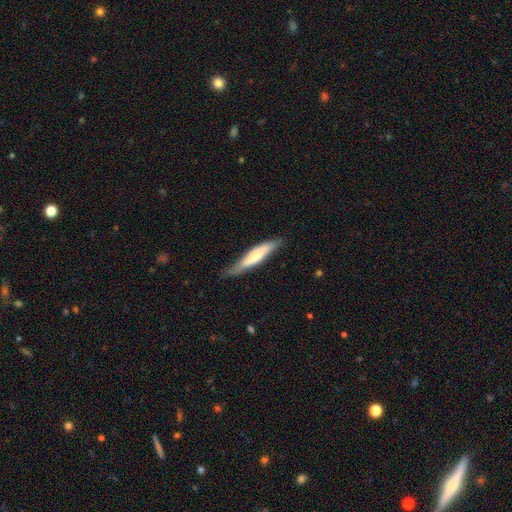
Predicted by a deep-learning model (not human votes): smooth 58%, featured or disk 36%, star or artifact 6%. Down the decision tree: how rounded — cigar-shaped (84%); merging — none (70%).